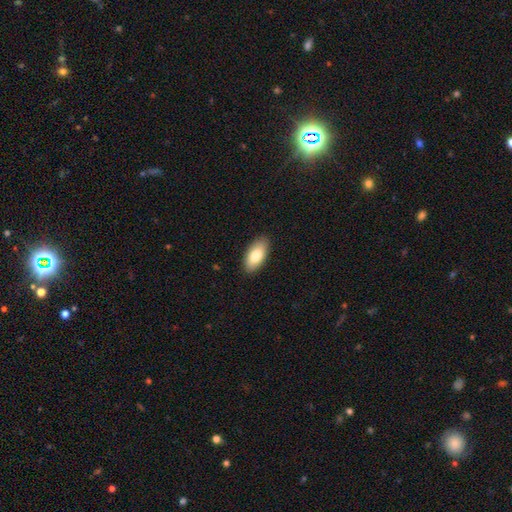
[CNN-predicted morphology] Smooth or featured? Predicted: smooth (p=0.81). How rounded? Predicted: in between (p=0.92). Merging? Predicted: none (p=0.89).